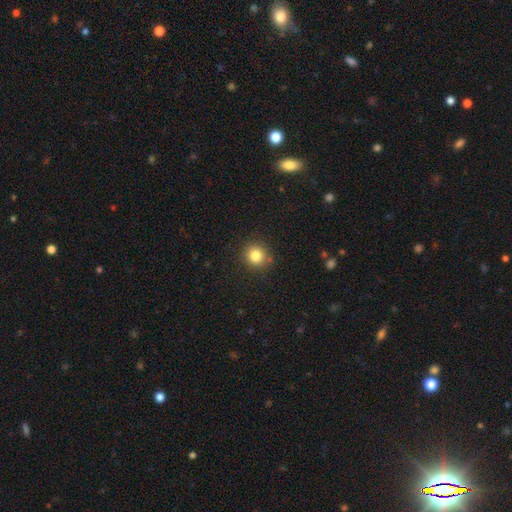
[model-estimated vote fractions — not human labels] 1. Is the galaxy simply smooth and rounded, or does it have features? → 83% smooth, 12% star or artifact, 6% featured or disk.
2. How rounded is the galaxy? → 91% round, 8% in between, 1% cigar-shaped.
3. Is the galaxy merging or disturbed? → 88% none, 8% minor disturbance, 2% major disturbance, 2% merger.